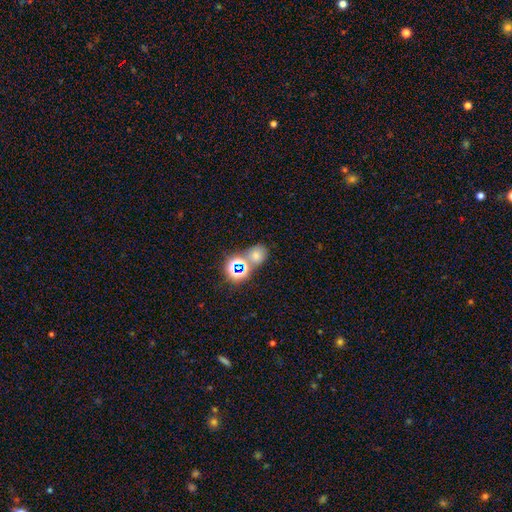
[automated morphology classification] Overall: star or artifact (48%; smooth 41%).